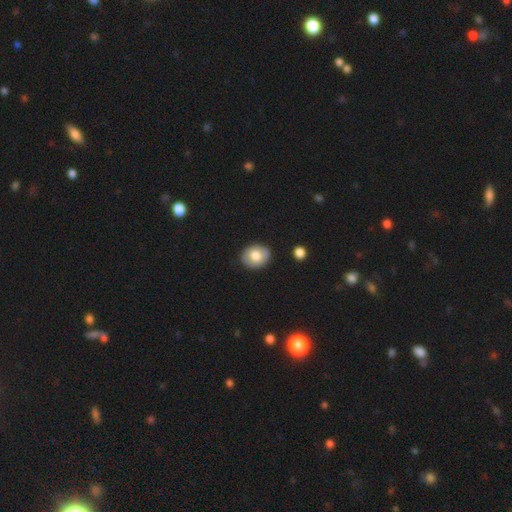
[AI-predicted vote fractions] Smooth or featured? Predicted: smooth (p=0.74). How rounded? Predicted: round (p=0.55). Merging? Predicted: none (p=0.87).